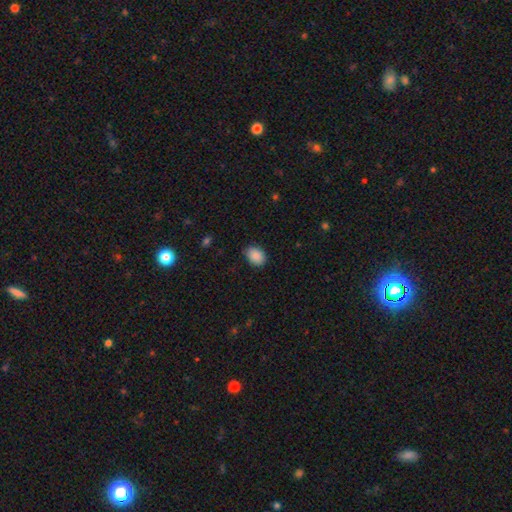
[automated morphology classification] Q: Smooth or featured?
A: smooth (89%); runner-up: star or artifact (8%)
Q: How rounded?
A: in between (72%); runner-up: round (27%)
Q: Merging?
A: none (85%); runner-up: minor disturbance (12%)